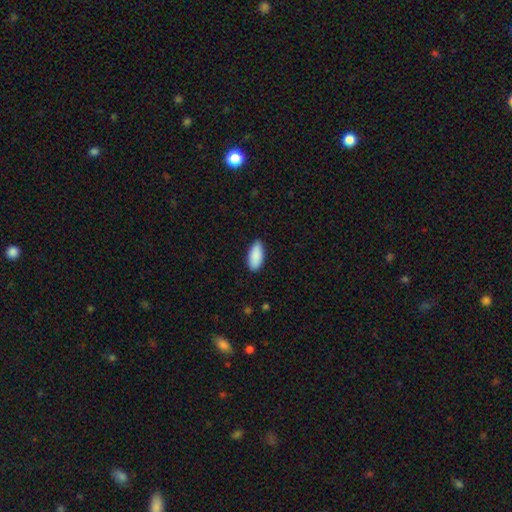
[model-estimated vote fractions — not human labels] A smooth galaxy with no disk features (90%) that is in between round and cigar-shaped (91%).

Vote fractions:
- Smooth or featured? smooth: 90% / star or artifact: 6% / featured or disk: 4%
- How rounded? in between: 91% / cigar-shaped: 7% / round: 2%
- Merging? none: 85% / minor disturbance: 12% / major disturbance: 2% / merger: 1%